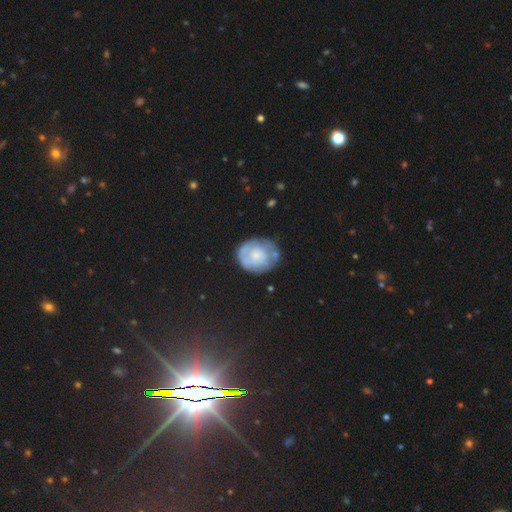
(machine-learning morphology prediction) Overall: featured or disk (47%; smooth 45%). Merging: none (61%; minor disturbance 25%).